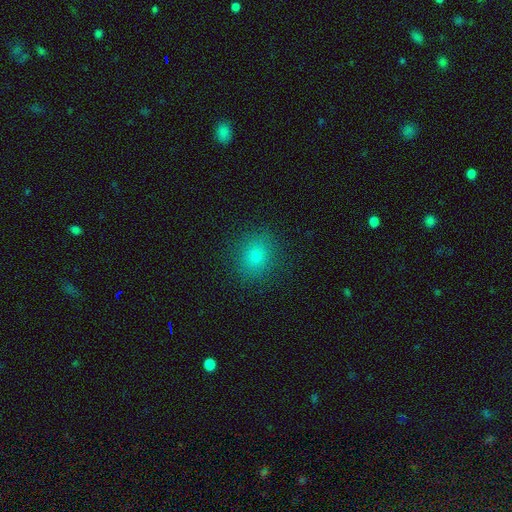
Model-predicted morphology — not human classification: Smooth or featured: smooth — 78% (star or artifact — 15%)
How rounded: round — 75% (in between — 23%)
Merging: none — 87% (minor disturbance — 9%)